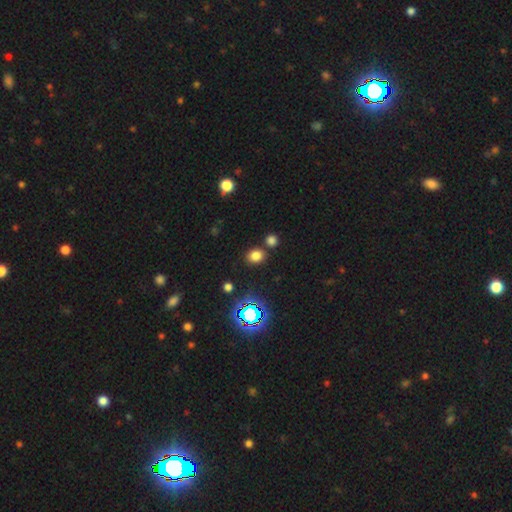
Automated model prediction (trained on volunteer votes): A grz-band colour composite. It shows a smooth galaxy with no disk features (74%) that is round (52%). Merging: none (78%).